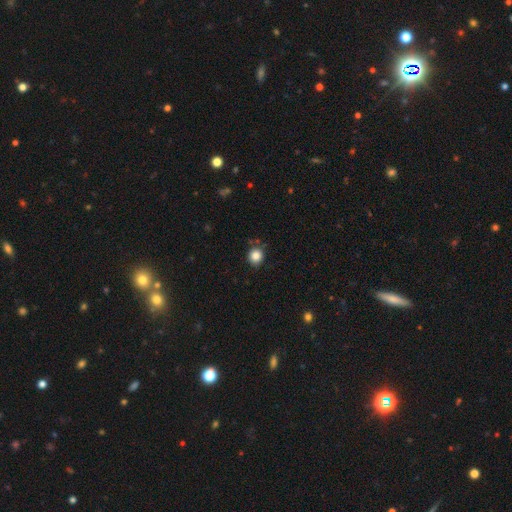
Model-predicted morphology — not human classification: This appears to be a smooth galaxy with no disk features (84%) that is round (89%). Merging: none (82%).